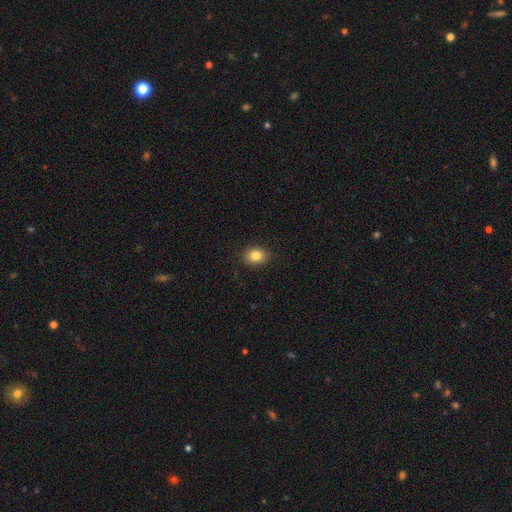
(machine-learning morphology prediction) Overall: smooth (84%). How rounded: in between (54%; round 45%). Merging: none (88%).